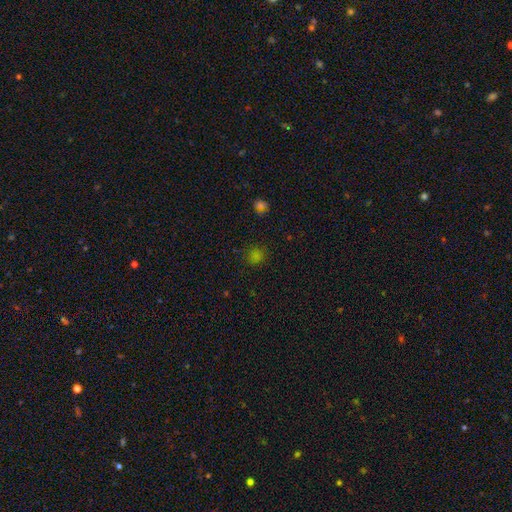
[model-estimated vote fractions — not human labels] smooth-or-featured: smooth: 67% | star or artifact: 28% | featured or disk: 5%
  how-rounded: round: 84% | in between: 14% | cigar-shaped: 1%
  merging: none: 85% | minor disturbance: 10% | major disturbance: 3% | merger: 2%